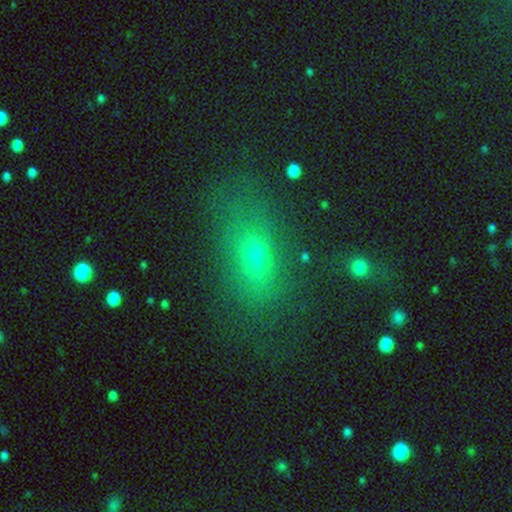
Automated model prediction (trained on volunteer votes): smooth_or_featured: smooth (p=0.63) [alt: star or artifact p=0.18]
how_rounded: in between (p=0.75) [alt: round p=0.15]
merging: none (p=0.68) [alt: minor disturbance p=0.18]